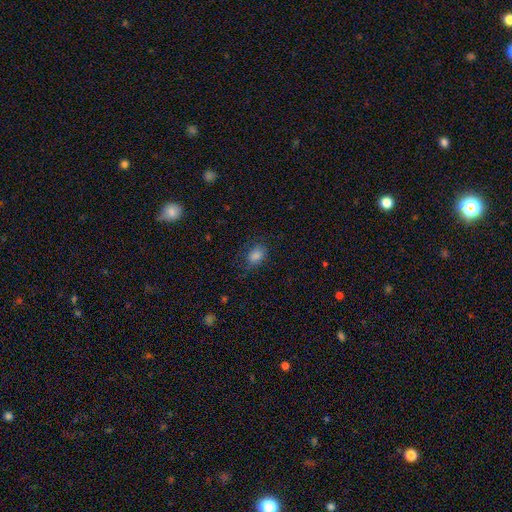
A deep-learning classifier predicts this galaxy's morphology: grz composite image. It shows a smooth galaxy with no disk features (79%) that is in between round and cigar-shaped (76%). Merging: none (64%).